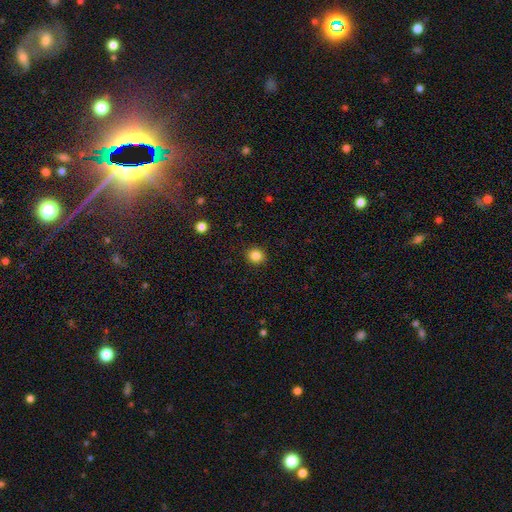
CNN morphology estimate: Smooth or featured?
  - smooth: 85% *
  - star or artifact: 11%
  - featured or disk: 4%
How rounded?
  - round: 85% *
  - in between: 14%
  - cigar-shaped: 1%
Merging?
  - none: 91% *
  - minor disturbance: 6%
  - major disturbance: 2%
  - merger: 1%